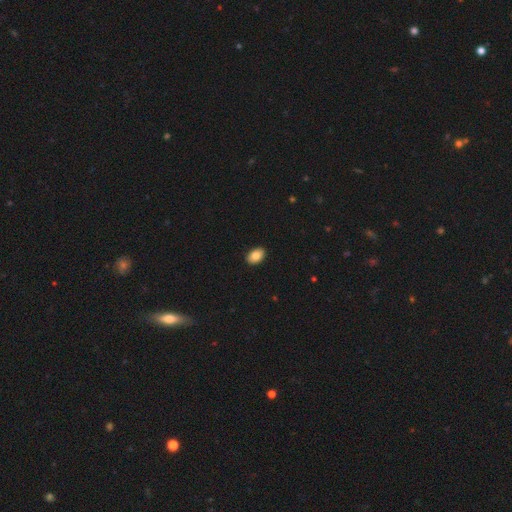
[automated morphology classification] This is clearly a smooth galaxy (84%). How rounded: clearly in between (86%). Merging: clearly none (91%).